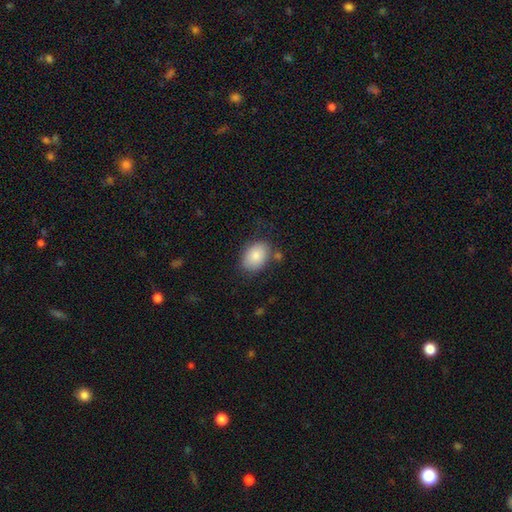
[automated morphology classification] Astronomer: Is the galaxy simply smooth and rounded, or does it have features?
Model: smooth — 84%.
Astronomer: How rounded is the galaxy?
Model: in between — 79%.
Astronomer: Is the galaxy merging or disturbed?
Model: none — 74%.